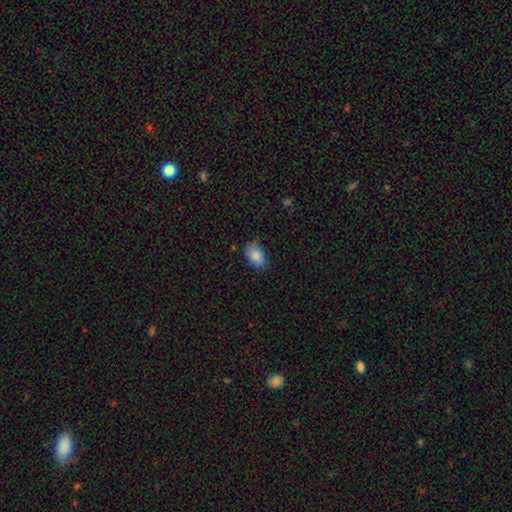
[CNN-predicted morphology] Smooth or featured? smooth (85%)
How rounded? in between (88%)
Merging? none (61%)